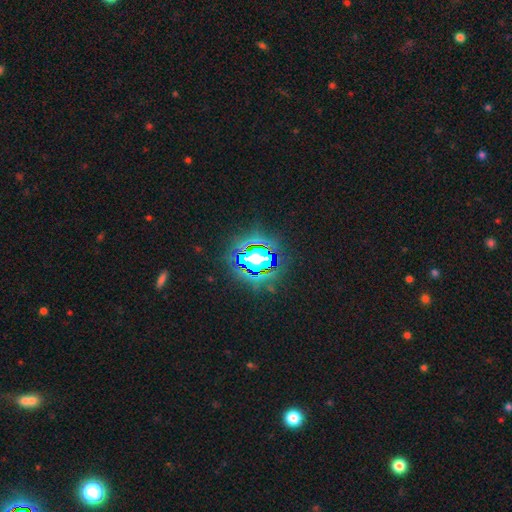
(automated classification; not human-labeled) smooth_or_featured: star or artifact (p=0.81) [alt: smooth p=0.11]